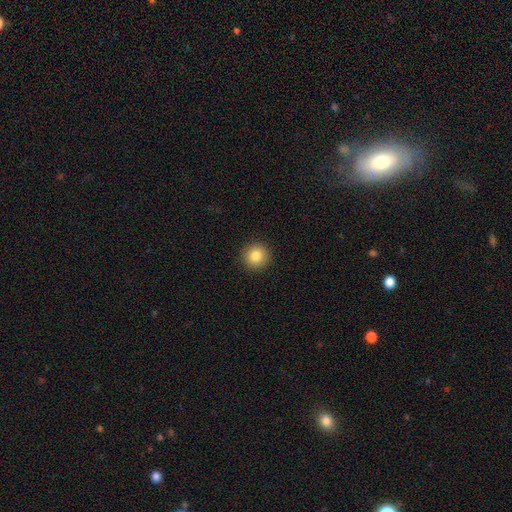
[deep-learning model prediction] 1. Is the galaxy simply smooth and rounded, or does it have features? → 84% smooth, 10% star or artifact, 6% featured or disk.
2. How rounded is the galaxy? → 94% round, 5% in between, 1% cigar-shaped.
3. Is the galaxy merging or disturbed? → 92% none, 5% minor disturbance, 2% major disturbance, 1% merger.